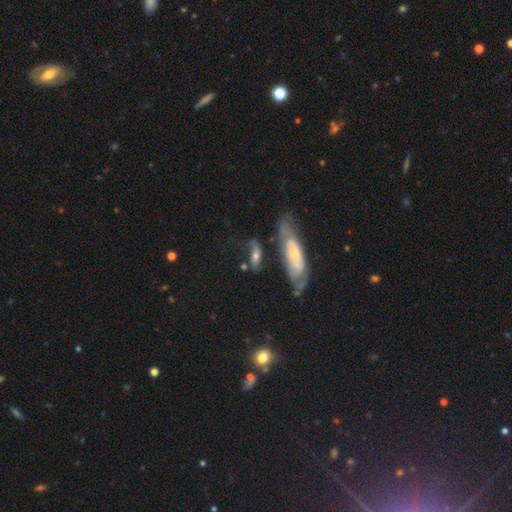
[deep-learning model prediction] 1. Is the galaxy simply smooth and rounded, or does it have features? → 50% featured or disk, 41% smooth, 9% star or artifact.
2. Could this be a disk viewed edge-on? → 76% no, 24% yes.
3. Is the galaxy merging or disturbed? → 37% none, 21% minor disturbance, 21% merger, 21% major disturbance.